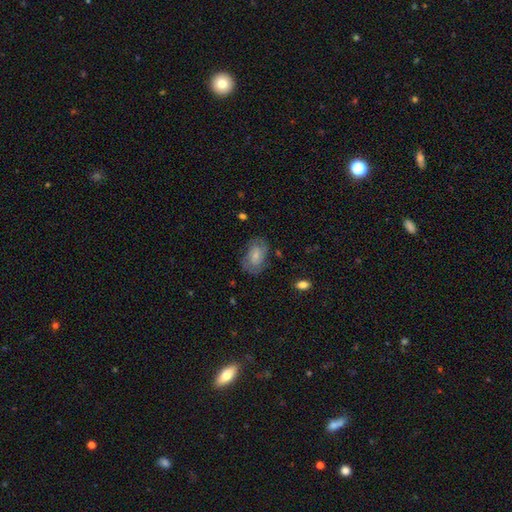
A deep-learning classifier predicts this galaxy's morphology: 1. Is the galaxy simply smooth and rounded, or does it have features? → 51% smooth, 42% featured or disk, 8% star or artifact.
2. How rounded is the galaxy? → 86% in between, 12% round, 2% cigar-shaped.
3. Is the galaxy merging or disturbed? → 69% none, 21% minor disturbance, 9% major disturbance, 2% merger.